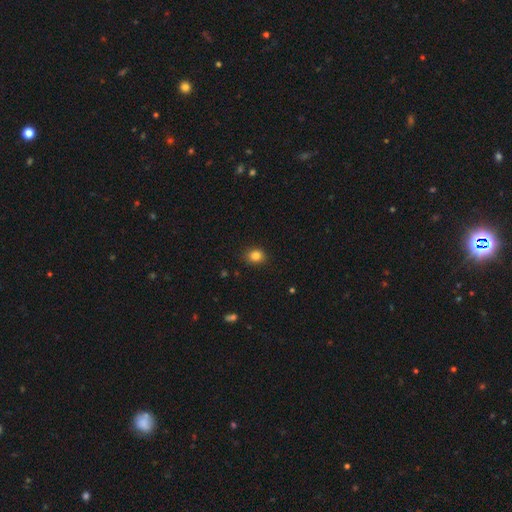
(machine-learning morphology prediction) smooth 84%, star or artifact 11%, featured or disk 5%. Down the decision tree: how rounded — round (66%); merging — none (88%).